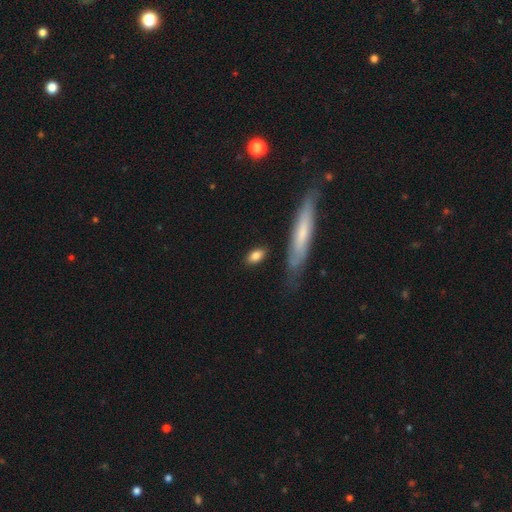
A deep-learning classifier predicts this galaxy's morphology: smooth 81%, featured or disk 12%, star or artifact 6%. Down the decision tree: how rounded — in between (78%); merging — none (81%).